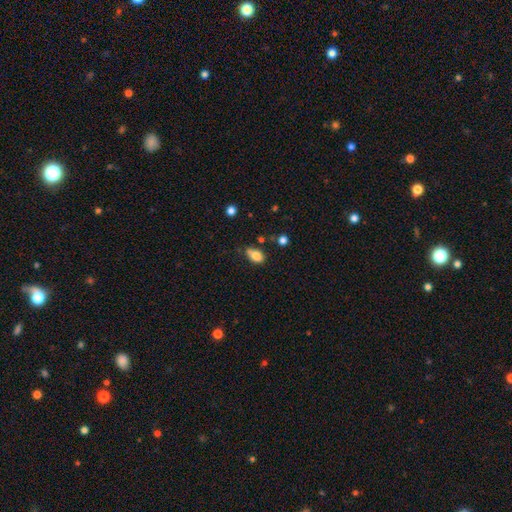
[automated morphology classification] smooth_or_featured: smooth (p=0.80) [alt: featured or disk p=0.10]
how_rounded: in between (p=0.82) [alt: round p=0.16]
merging: none (p=0.56) [alt: minor disturbance p=0.28]